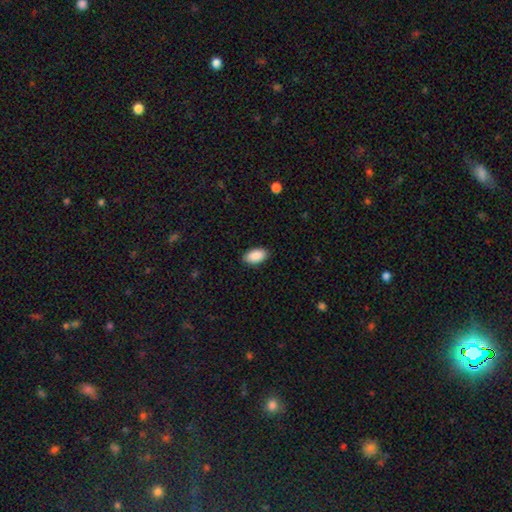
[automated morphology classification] This is clearly a smooth galaxy (91%). How rounded: clearly in between (95%). Merging: clearly none (89%).